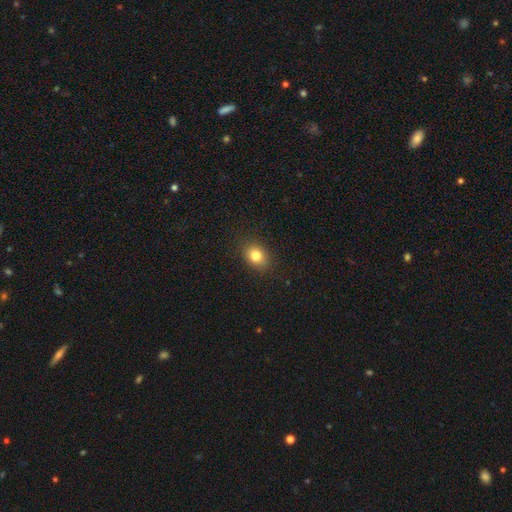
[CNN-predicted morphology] This is clearly a smooth galaxy (82%). How rounded: possibly in between (55%). Merging: clearly none (86%).